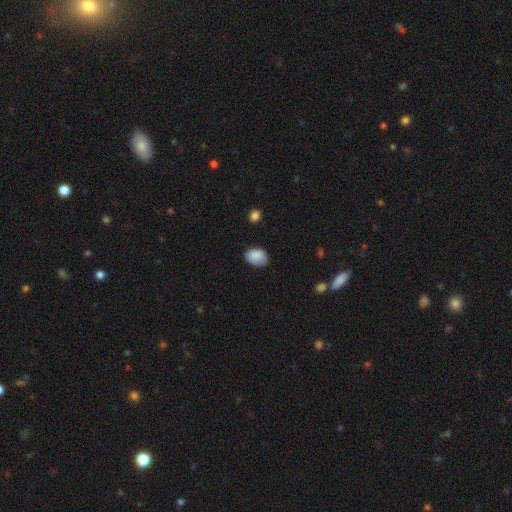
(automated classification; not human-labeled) Overall: smooth (87%). How rounded: in between (68%; round 31%). Merging: none (70%).